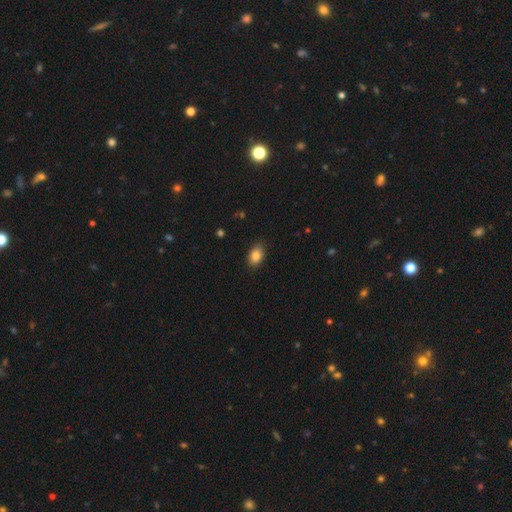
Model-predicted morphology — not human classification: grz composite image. It shows a smooth galaxy with no disk features (86%) that is in between round and cigar-shaped (85%). Merging: none (85%).